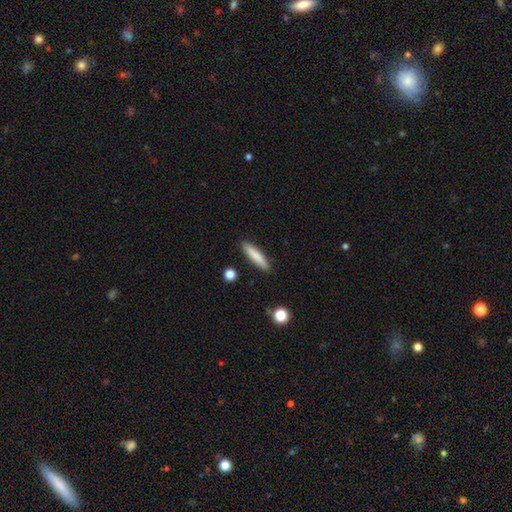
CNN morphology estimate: Smooth or featured? smooth (81%)
How rounded? cigar-shaped (84%)
Merging? none (89%)